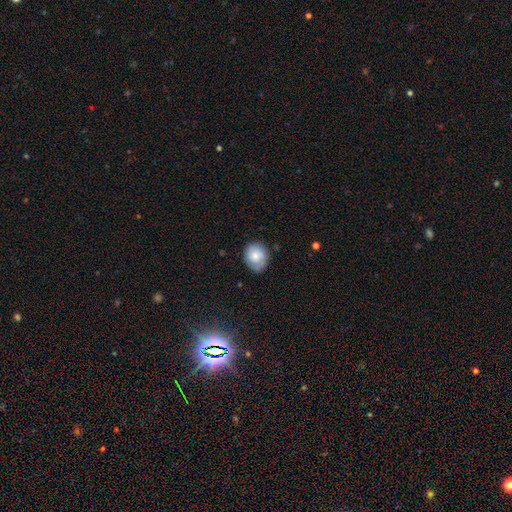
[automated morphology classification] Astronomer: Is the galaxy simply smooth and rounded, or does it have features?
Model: smooth — 78%.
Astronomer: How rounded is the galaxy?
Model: round — 63%.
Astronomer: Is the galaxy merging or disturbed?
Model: none — 73%.